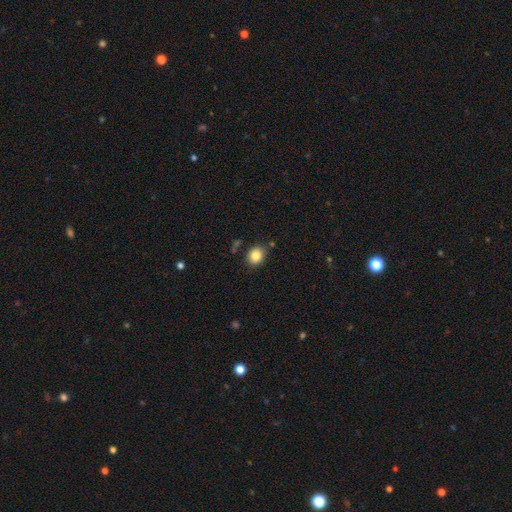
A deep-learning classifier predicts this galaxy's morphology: The model was most divided on "how rounded": round: 60%, in between: 39%, cigar-shaped: 1%. More confident: smooth or featured — smooth (84%); merging — none (83%).